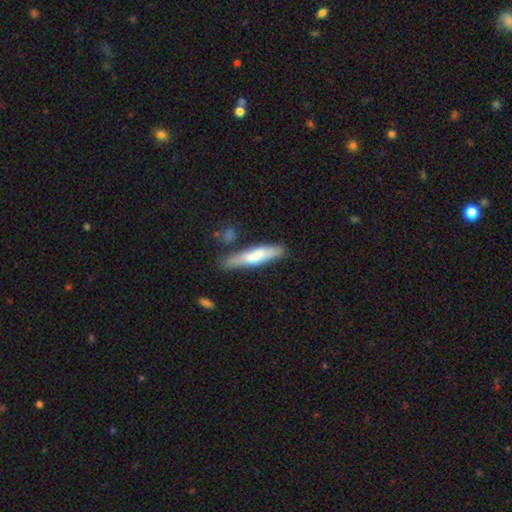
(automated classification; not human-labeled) smooth 67%, featured or disk 28%, star or artifact 6%. Down the decision tree: how rounded — cigar-shaped (82%); merging — none (71%).